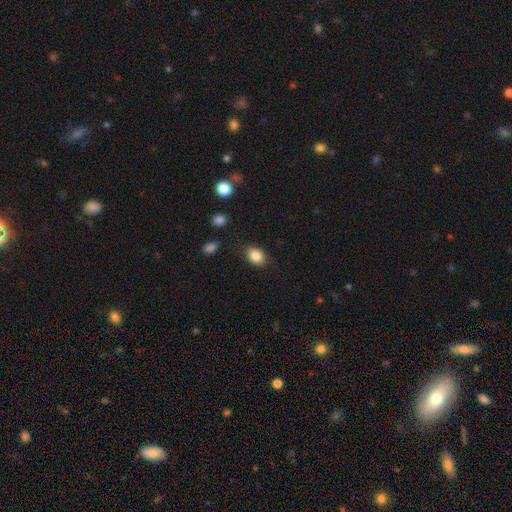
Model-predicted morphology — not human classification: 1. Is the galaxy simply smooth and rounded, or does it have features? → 86% smooth, 9% star or artifact, 6% featured or disk.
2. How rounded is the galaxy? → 77% in between, 22% round, 1% cigar-shaped.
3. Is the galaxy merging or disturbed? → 83% none, 12% minor disturbance, 3% major disturbance, 2% merger.